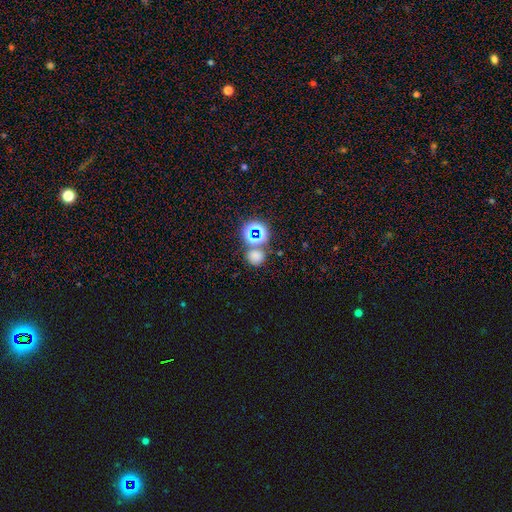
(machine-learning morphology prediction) Smooth or featured? smooth (64%)
How rounded? round (81%)
Merging? none (62%)